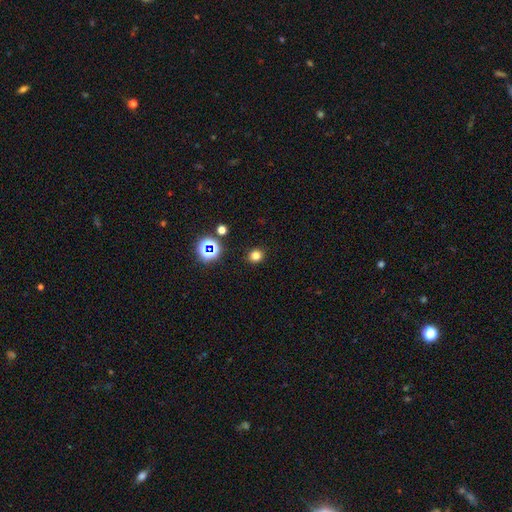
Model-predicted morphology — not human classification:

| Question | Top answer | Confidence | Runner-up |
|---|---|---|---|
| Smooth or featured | smooth | 76% | star or artifact (19%) |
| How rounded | round | 78% | in between (21%) |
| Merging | none | 90% | minor disturbance (6%) |